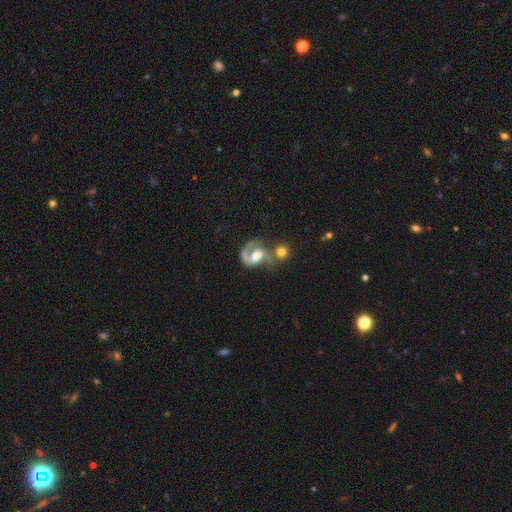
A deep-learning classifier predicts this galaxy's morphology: A featured or disk galaxy (78%) with no bar (42%), 2 (65%) medium (48%) spiral arms (91%) and a moderate central bulge (50%).

Vote fractions:
- Smooth or featured? featured or disk: 78% / smooth: 15% / star or artifact: 7%
- Edge-on disk? no: 97% / yes: 3%
- Bar? no: 42% / weak: 41% / strong: 17%
- Spiral arms? yes: 91% / no: 9%
- Spiral winding? medium: 48% / loose: 35% / tight: 17%
- Spiral arm count? 2: 65% / 1: 28% / can't tell: 4% / 3: 1% / 4: 1% / more than 4: 1%
- Bulge size? moderate: 50% / large: 32% / small: 10% / none: 4% / dominant: 3%
- Merging? merger: 42% / none: 28% / major disturbance: 18% / minor disturbance: 13%